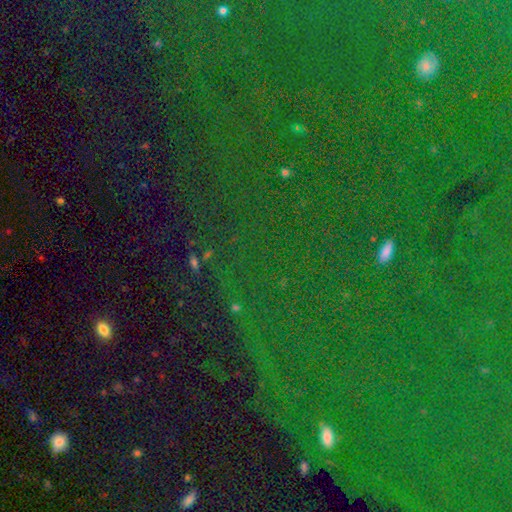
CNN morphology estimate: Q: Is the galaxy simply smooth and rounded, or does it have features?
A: star or artifact — 82%.